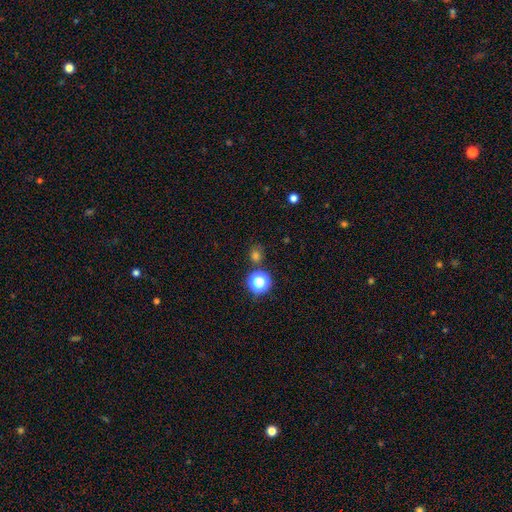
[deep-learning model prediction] Smooth or featured?
  - smooth: 66% *
  - star or artifact: 29%
  - featured or disk: 5%
How rounded?
  - round: 86% *
  - in between: 13%
  - cigar-shaped: 1%
Merging?
  - none: 78% *
  - minor disturbance: 10%
  - merger: 7%
  - major disturbance: 4%